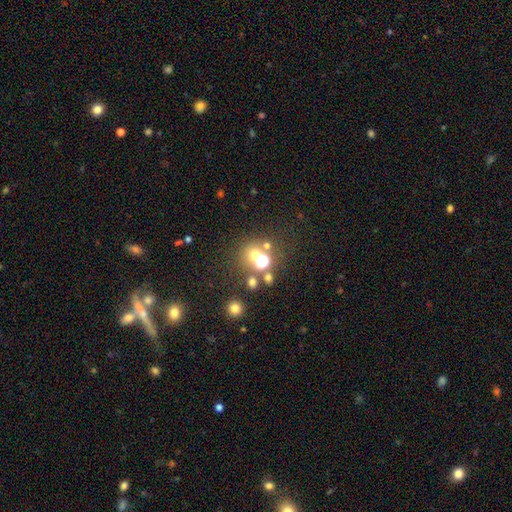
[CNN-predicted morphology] Smooth or featured? smooth (52%)
How rounded? round (78%)
Merging? none (53%)